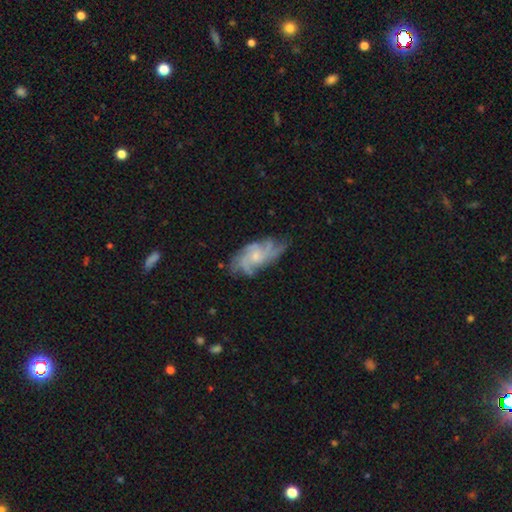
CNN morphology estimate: Q: Smooth or featured?
A: featured or disk (81%); runner-up: smooth (12%)
Q: Edge-on disk?
A: no (96%); runner-up: yes (4%)
Q: Bar?
A: no (72%); runner-up: weak (24%)
Q: Spiral arms?
A: yes (94%); runner-up: no (6%)
Q: Spiral winding?
A: medium (45%); runner-up: tight (35%)
Q: Spiral arm count?
A: 4 (31%); runner-up: 3 (25%)
Q: Bulge size?
A: small (64%); runner-up: moderate (29%)
Q: Merging?
A: none (66%); runner-up: minor disturbance (22%)